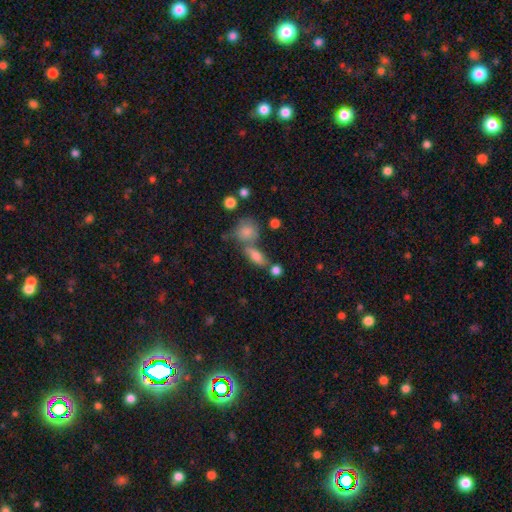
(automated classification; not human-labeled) Q: Smooth or featured?
A: smooth (69%); runner-up: featured or disk (18%)
Q: How rounded?
A: in between (67%); runner-up: cigar-shaped (21%)
Q: Merging?
A: none (51%); runner-up: merger (31%)